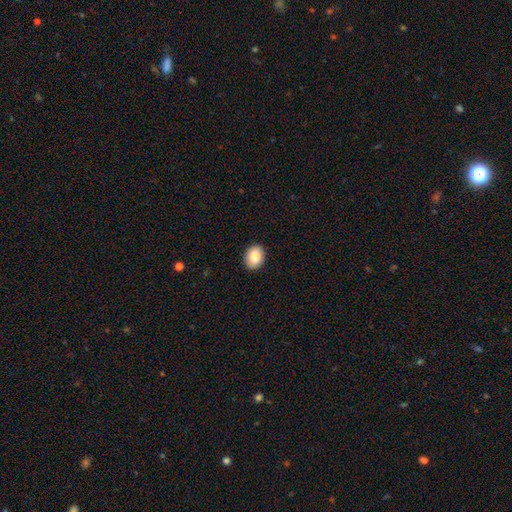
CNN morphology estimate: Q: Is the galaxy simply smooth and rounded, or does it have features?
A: smooth — 83%.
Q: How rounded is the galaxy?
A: in between — 64%.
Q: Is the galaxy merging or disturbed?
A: none — 90%.